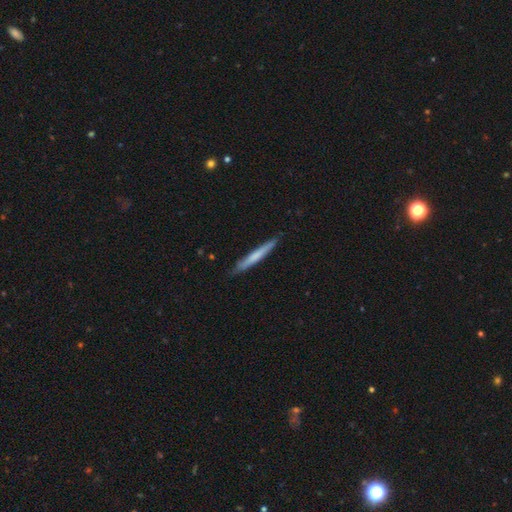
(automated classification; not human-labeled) Q: Smooth or featured?
A: smooth (60%); runner-up: featured or disk (34%)
Q: How rounded?
A: cigar-shaped (96%); runner-up: in between (3%)
Q: Merging?
A: none (86%); runner-up: minor disturbance (11%)